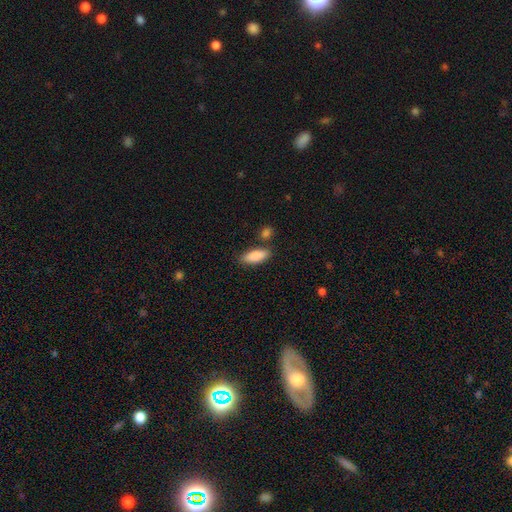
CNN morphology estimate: This appears to be a smooth galaxy with no disk features (87%) that is in between round and cigar-shaped (68%). Merging: none (79%).